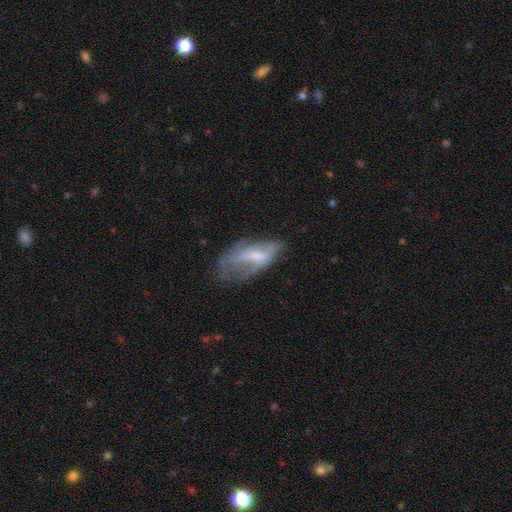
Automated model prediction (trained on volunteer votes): A featured or disk galaxy (49%).

Vote fractions:
- Smooth or featured? featured or disk: 49% / smooth: 42% / star or artifact: 9%
- Merging? major disturbance: 36% / none: 32% / minor disturbance: 29% / merger: 3%